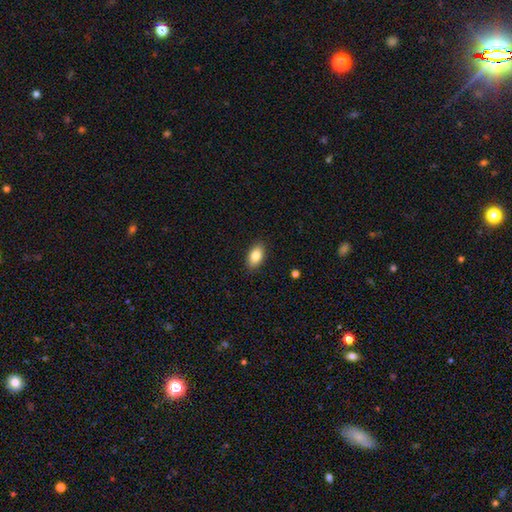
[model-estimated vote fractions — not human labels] A smooth galaxy with no disk features (85%) that is in between round and cigar-shaped (91%). Merging: none (88%).